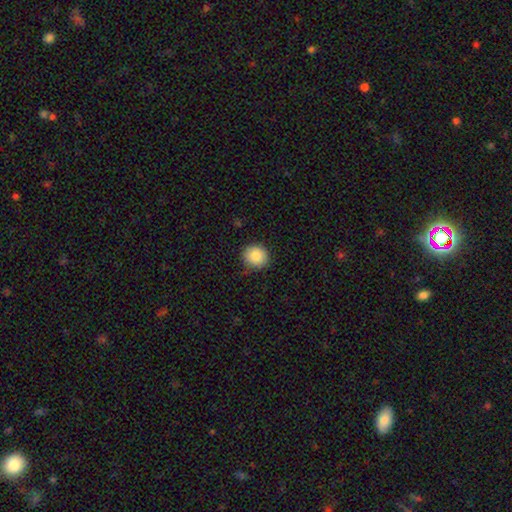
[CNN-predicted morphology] Q: Smooth or featured?
A: smooth (86%); runner-up: star or artifact (9%)
Q: How rounded?
A: round (85%); runner-up: in between (14%)
Q: Merging?
A: none (83%); runner-up: minor disturbance (14%)